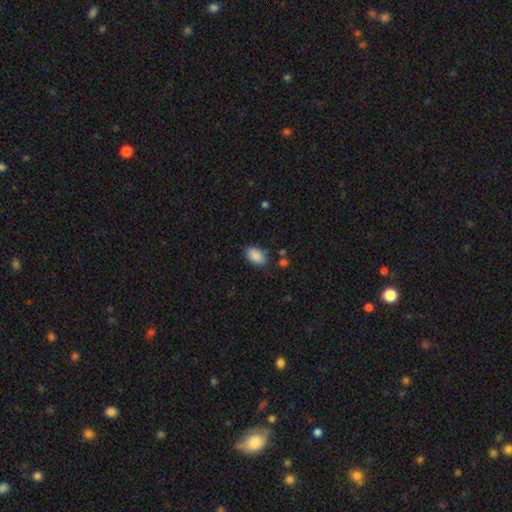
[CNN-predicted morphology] Overall: smooth (88%). How rounded: in between (91%). Merging: none (78%).